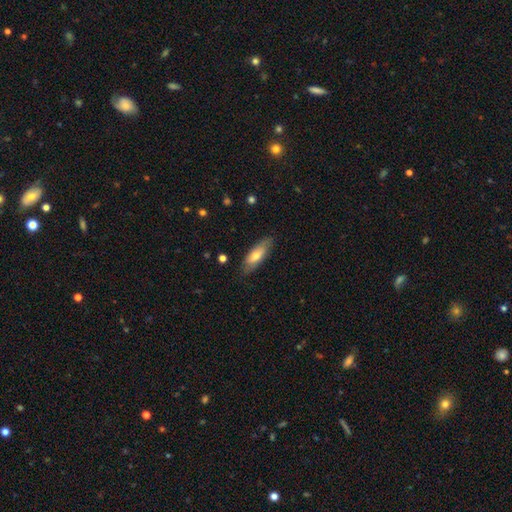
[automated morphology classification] Q: Smooth or featured?
A: smooth (63%); runner-up: featured or disk (31%)
Q: How rounded?
A: in between (63%); runner-up: cigar-shaped (35%)
Q: Merging?
A: none (80%); runner-up: minor disturbance (16%)